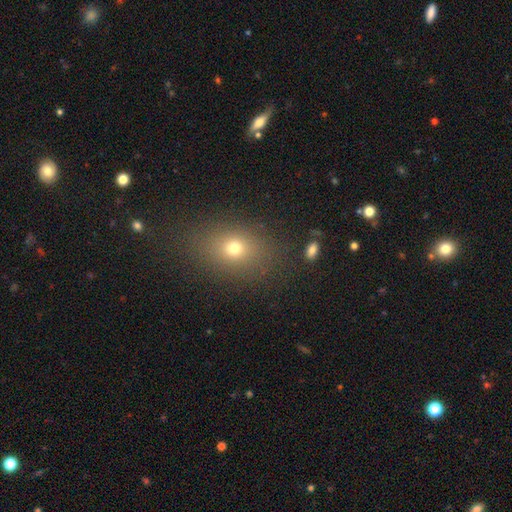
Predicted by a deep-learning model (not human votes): Morphology: type=smooth (63%); roundness=in between (69%); merging=none (86%).